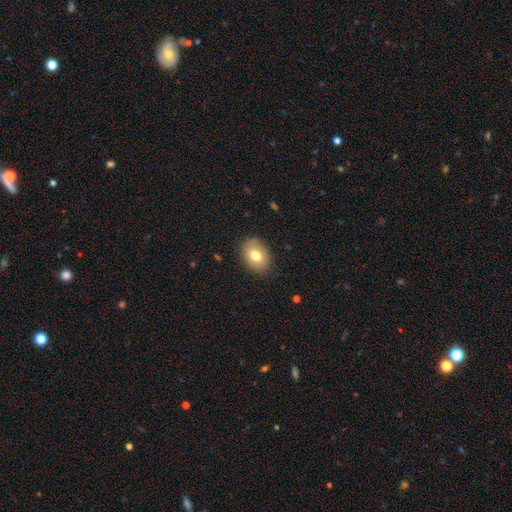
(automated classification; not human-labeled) The model was most divided on "how rounded": in between: 71%, round: 28%, cigar-shaped: 1%. More confident: merging — none (85%); smooth or featured — smooth (75%).